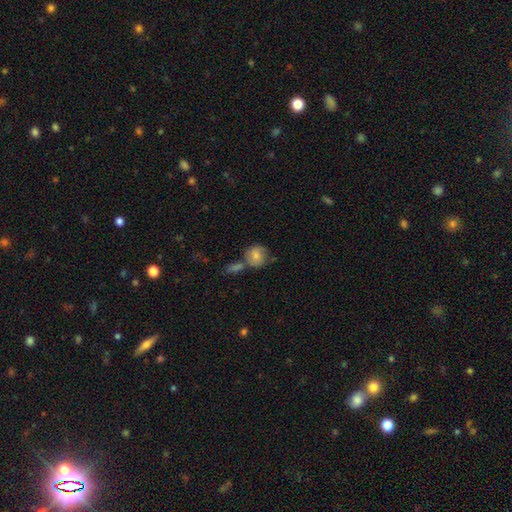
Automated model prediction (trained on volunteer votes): This is likely a smooth galaxy (74%). How rounded: likely round (77%). Merging: possibly none (50%).